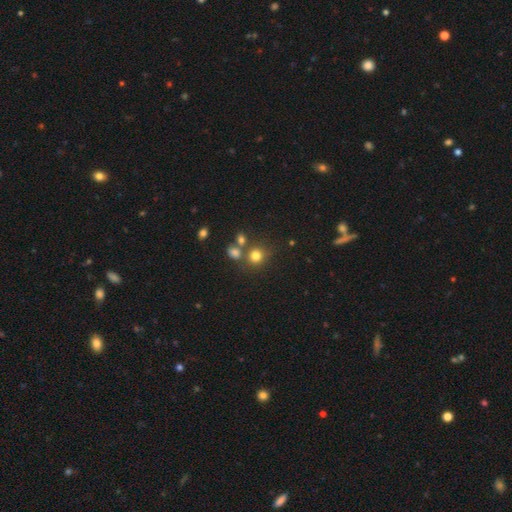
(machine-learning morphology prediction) smooth_or_featured: smooth (p=0.76) [alt: star or artifact p=0.15]
how_rounded: round (p=0.84) [alt: in between p=0.15]
merging: none (p=0.63) [alt: merger p=0.22]